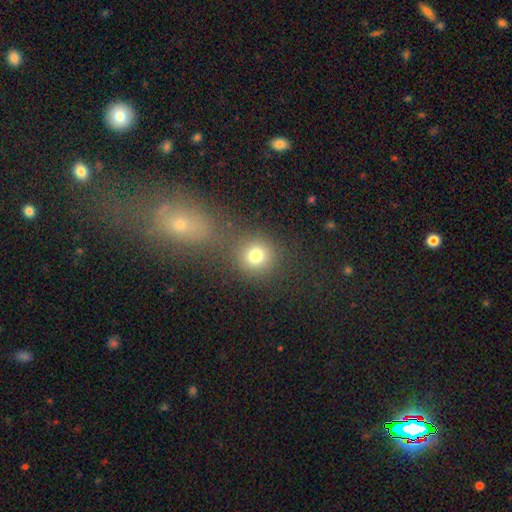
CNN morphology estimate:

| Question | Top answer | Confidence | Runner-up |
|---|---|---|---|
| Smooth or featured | smooth | 77% | star or artifact (15%) |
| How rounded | round | 88% | in between (11%) |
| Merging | none | 69% | merger (17%) |